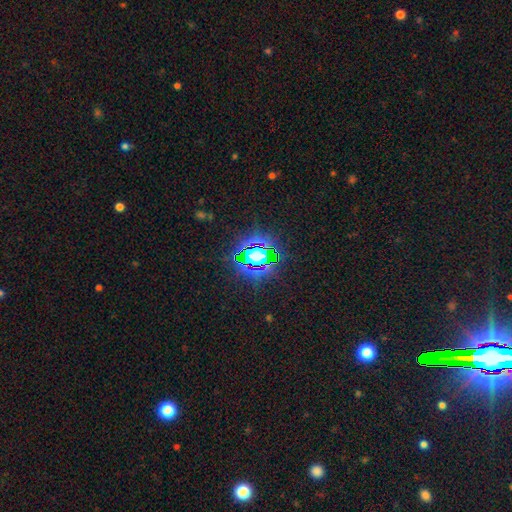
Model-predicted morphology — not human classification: star or artifact 68%, smooth 20%, featured or disk 12%.